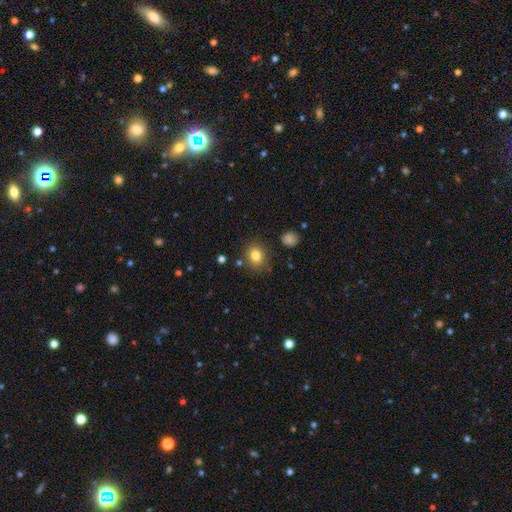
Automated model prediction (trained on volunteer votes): smooth_or_featured: smooth (p=0.81) [alt: star or artifact p=0.11]
how_rounded: round (p=0.65) [alt: in between p=0.34]
merging: none (p=0.82) [alt: minor disturbance p=0.12]